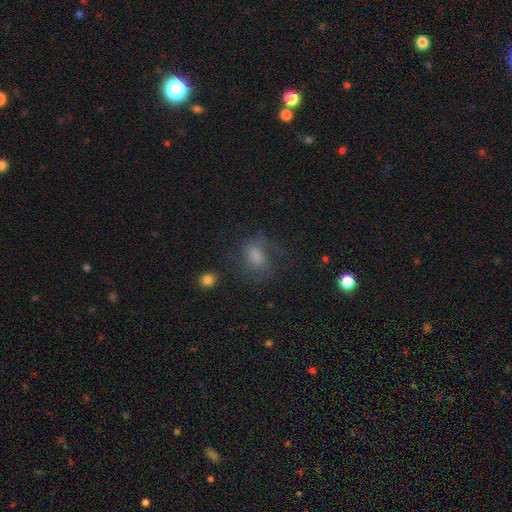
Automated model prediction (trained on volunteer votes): A smooth galaxy with no disk features (47%).

Vote fractions:
- Smooth or featured? smooth: 47% / featured or disk: 34% / star or artifact: 19%
- Merging? none: 57% / minor disturbance: 21% / major disturbance: 20% / merger: 2%